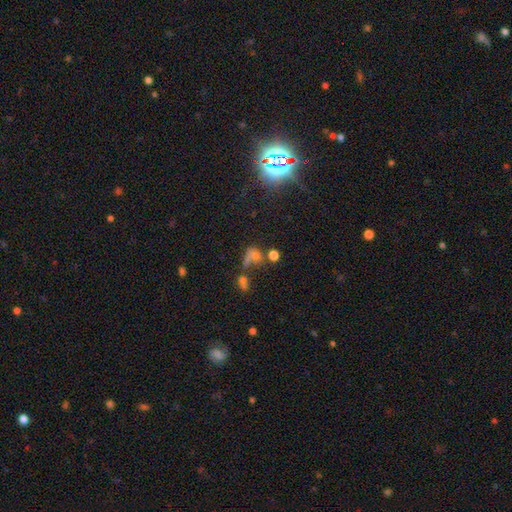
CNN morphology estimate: Smooth or featured?
  - smooth: 46% *
  - star or artifact: 34%
  - featured or disk: 20%
Merging?
  - none: 35% *
  - merger: 31%
  - major disturbance: 21%
  - minor disturbance: 13%